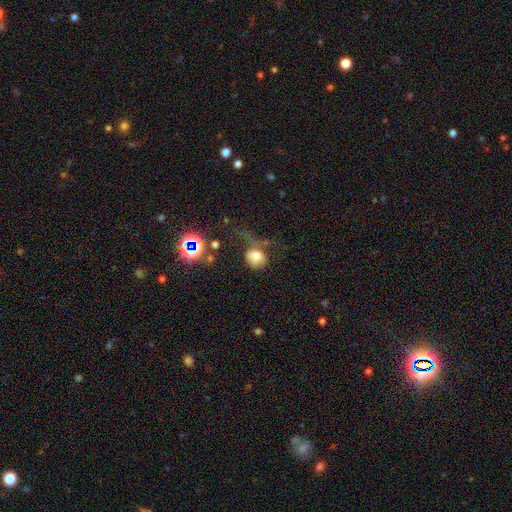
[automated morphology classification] This appears to be a smooth galaxy with no disk features (68%) that is round (65%). Merging: major disturbance (42%).